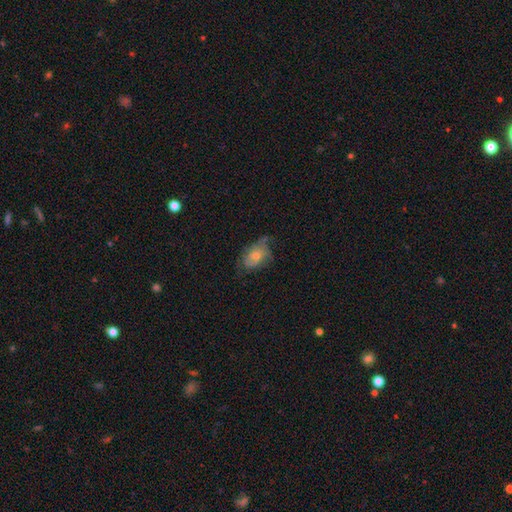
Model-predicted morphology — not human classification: smooth_or_featured: featured or disk (p=0.54) [alt: smooth p=0.35]
disk_edge_on: no (p=0.94) [alt: yes p=0.06]
bar: no (p=0.74) [alt: weak p=0.23]
has_spiral_arms: yes (p=0.74) [alt: no p=0.26]
bulge_size: moderate (p=0.49) [alt: small p=0.42]
merging: none (p=0.56) [alt: minor disturbance p=0.28]